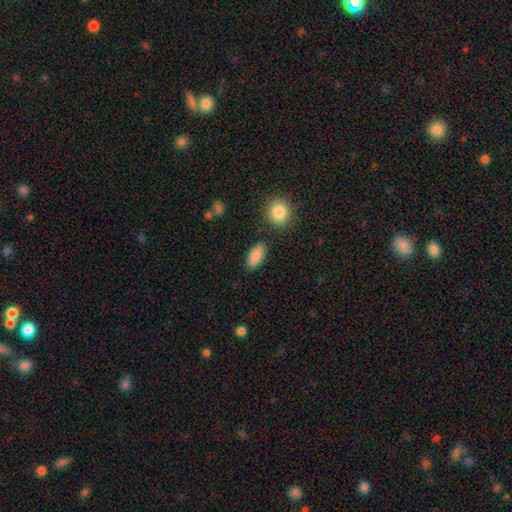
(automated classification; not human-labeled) Smooth or featured?
  - smooth: 88% *
  - star or artifact: 7%
  - featured or disk: 4%
How rounded?
  - in between: 90% *
  - cigar-shaped: 6%
  - round: 4%
Merging?
  - none: 85% *
  - minor disturbance: 9%
  - merger: 3%
  - major disturbance: 3%